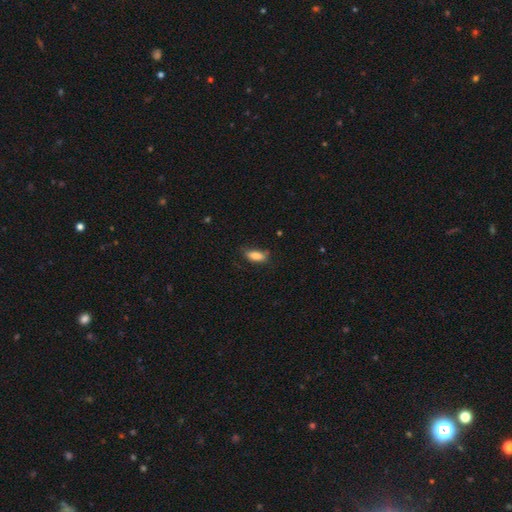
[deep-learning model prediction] Morphology: type=smooth (83%); roundness=in between (77%); merging=none (66%).